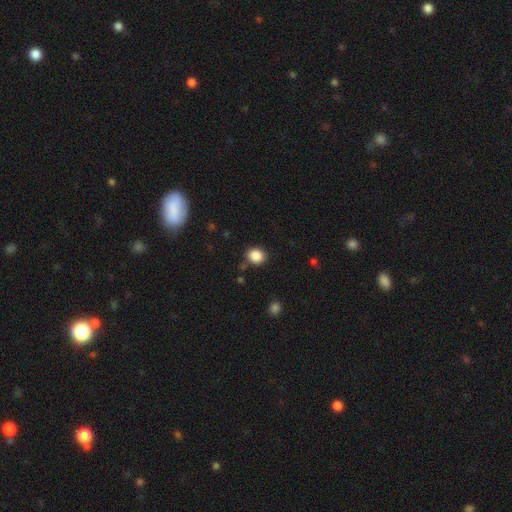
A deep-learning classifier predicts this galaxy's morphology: This appears to be a smooth galaxy with no disk features (87%) that is round (62%). Merging: none (84%).